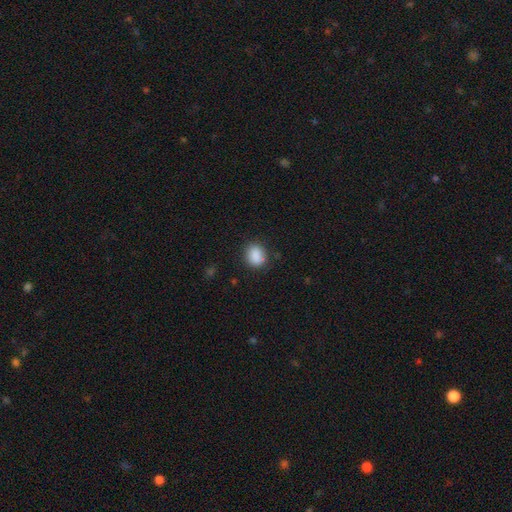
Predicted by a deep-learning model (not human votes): Overall: smooth (87%). How rounded: in between (53%; round 46%). Merging: none (80%).